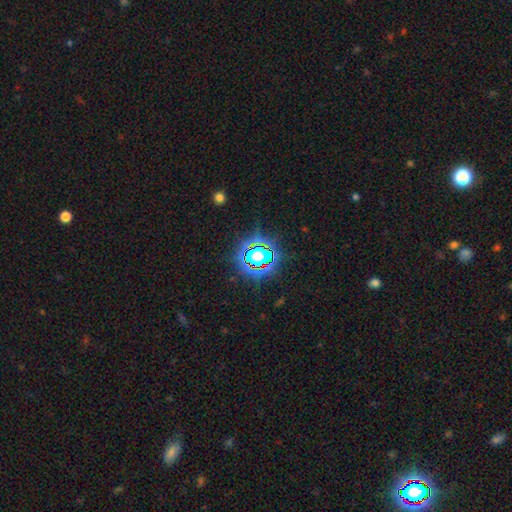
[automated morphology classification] Smooth or featured?
  - star or artifact: 81% *
  - smooth: 12%
  - featured or disk: 7%